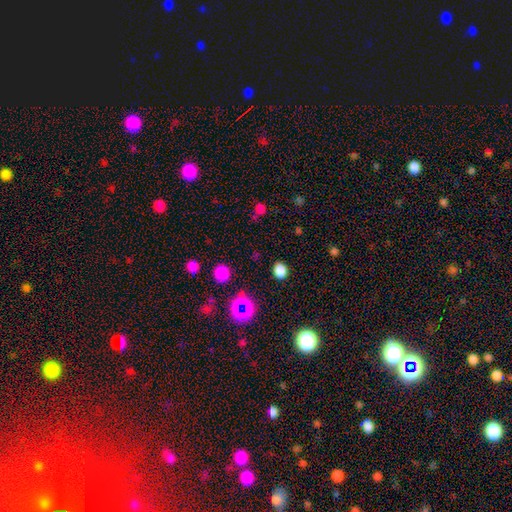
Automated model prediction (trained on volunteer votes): Q: Smooth or featured?
A: smooth (68%); runner-up: star or artifact (27%)
Q: How rounded?
A: round (69%); runner-up: in between (29%)
Q: Merging?
A: none (85%); runner-up: minor disturbance (8%)